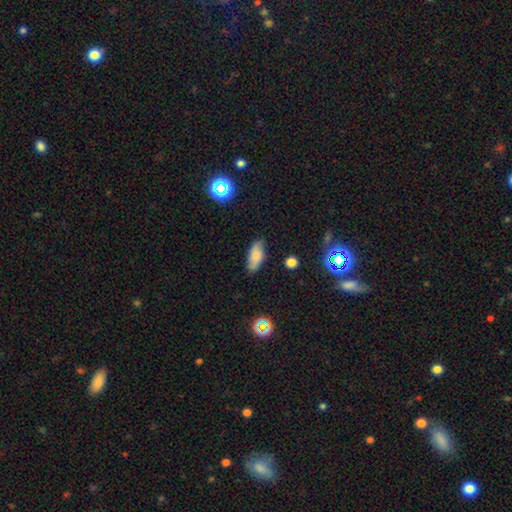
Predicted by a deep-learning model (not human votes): A smooth galaxy with no disk features (77%) that is in between round and cigar-shaped (83%).

Vote fractions:
- Smooth or featured? smooth: 77% / featured or disk: 14% / star or artifact: 9%
- How rounded? in between: 83% / cigar-shaped: 14% / round: 3%
- Merging? none: 80% / minor disturbance: 16% / major disturbance: 3% / merger: 2%